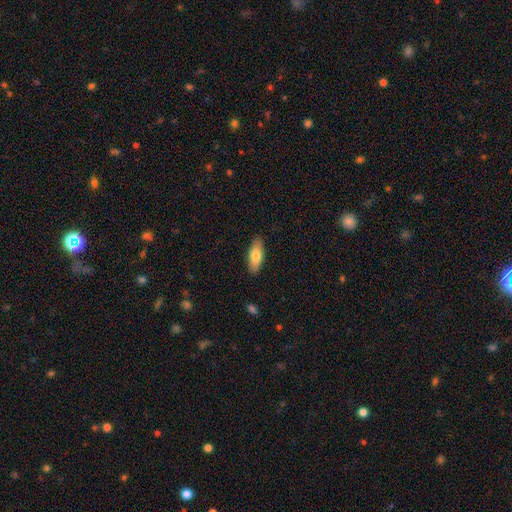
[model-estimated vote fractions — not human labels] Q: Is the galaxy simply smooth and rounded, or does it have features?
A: smooth — 78%.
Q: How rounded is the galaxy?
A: in between — 70%.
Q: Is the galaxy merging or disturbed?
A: none — 88%.